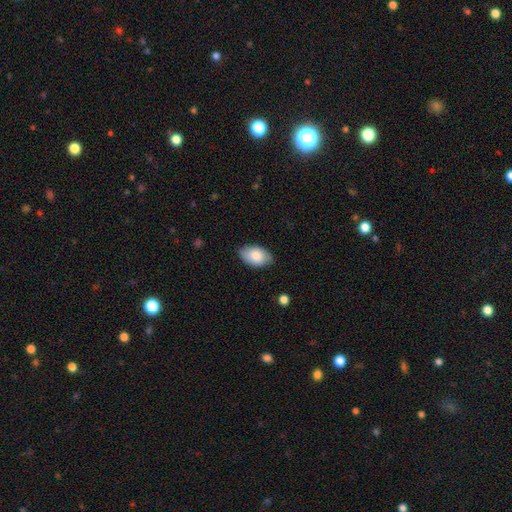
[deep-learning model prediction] smooth 83%, featured or disk 11%, star or artifact 6%. Down the decision tree: how rounded — in between (94%); merging — none (81%).